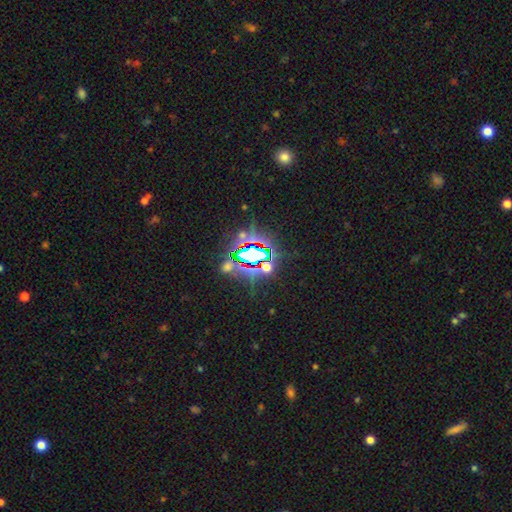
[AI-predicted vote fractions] Smooth or featured? star or artifact (77%)